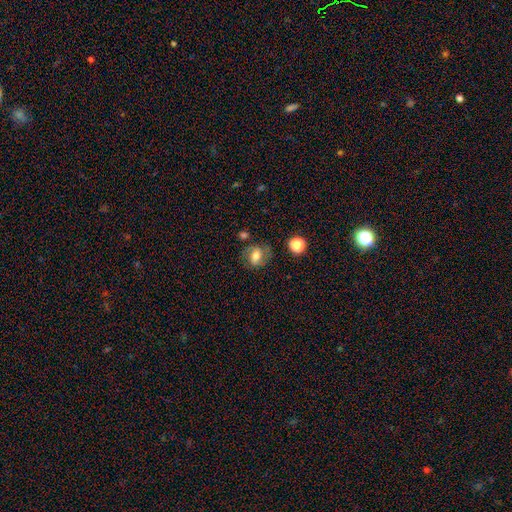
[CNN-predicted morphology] This appears to be a smooth galaxy with no disk features (49%). Merging: none (70%).